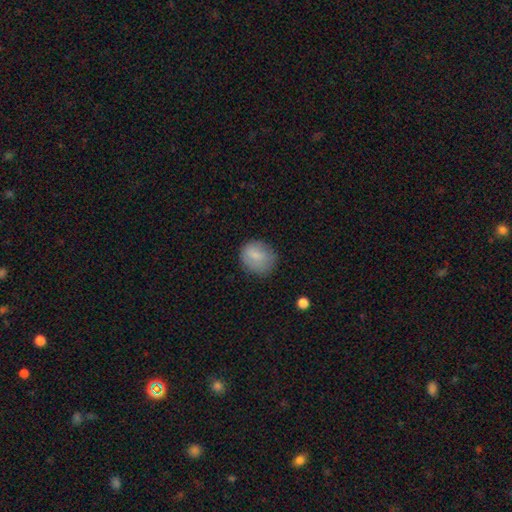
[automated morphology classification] type=smooth (80%); roundness=round (63%); merging=none (68%).